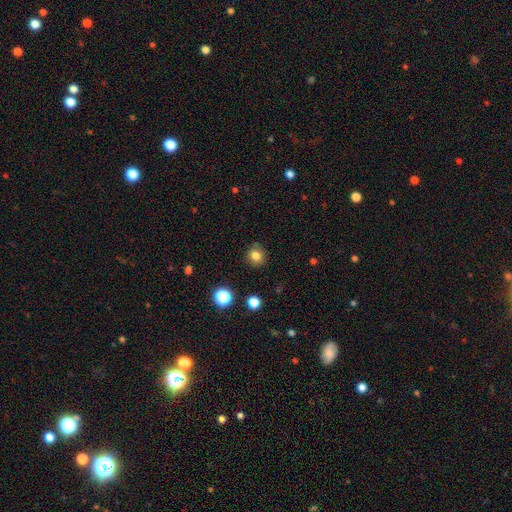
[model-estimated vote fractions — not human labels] Q: Smooth or featured?
A: smooth (81%); runner-up: star or artifact (13%)
Q: How rounded?
A: round (86%); runner-up: in between (13%)
Q: Merging?
A: none (86%); runner-up: minor disturbance (9%)